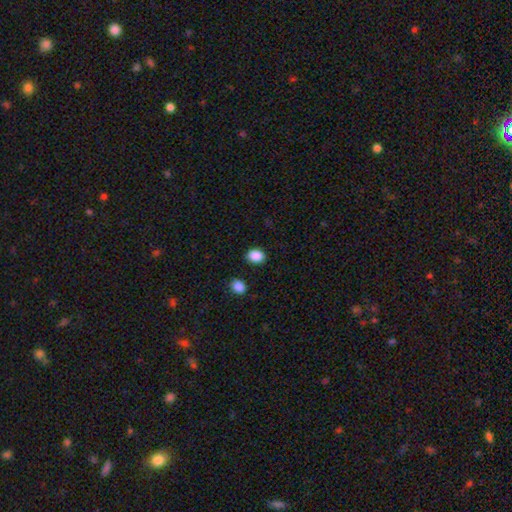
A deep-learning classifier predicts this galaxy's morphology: A smooth galaxy with no disk features (89%) that is in between round and cigar-shaped (64%). Merging: none (86%).